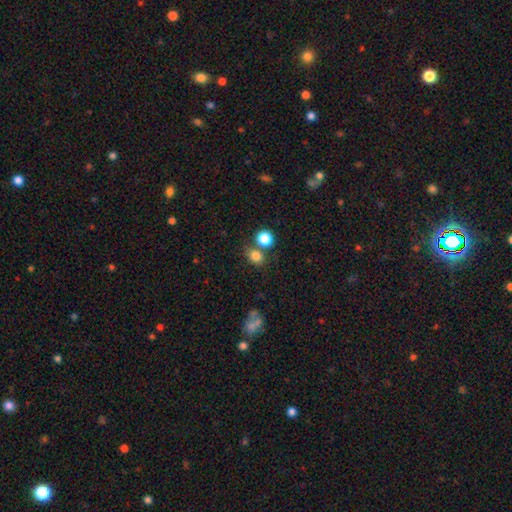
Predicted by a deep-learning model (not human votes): A smooth galaxy with no disk features (80%) that is round (61%). Merging: none (62%).